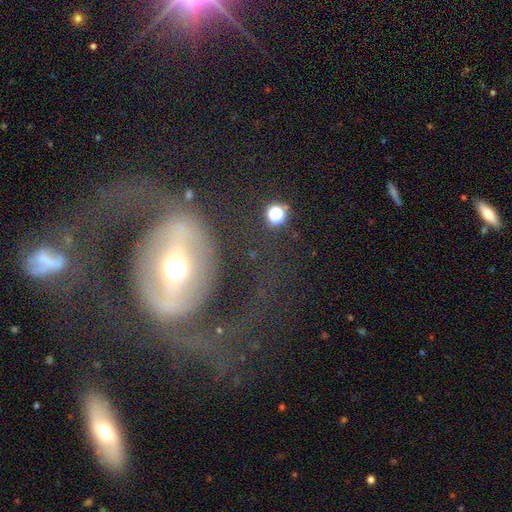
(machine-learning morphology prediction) smooth_or_featured: featured or disk (p=0.81) [alt: smooth p=0.11]
disk_edge_on: no (p=0.94) [alt: yes p=0.06]
bar: strong (p=0.55) [alt: weak p=0.28]
has_spiral_arms: yes (p=0.74) [alt: no p=0.26]
spiral_winding: medium (p=0.44) [alt: loose p=0.40]
spiral_arm_count: 2 (p=0.89) [alt: can't tell p=0.05]
bulge_size: moderate (p=0.68) [alt: small p=0.17]
merging: none (p=0.61) [alt: major disturbance p=0.22]